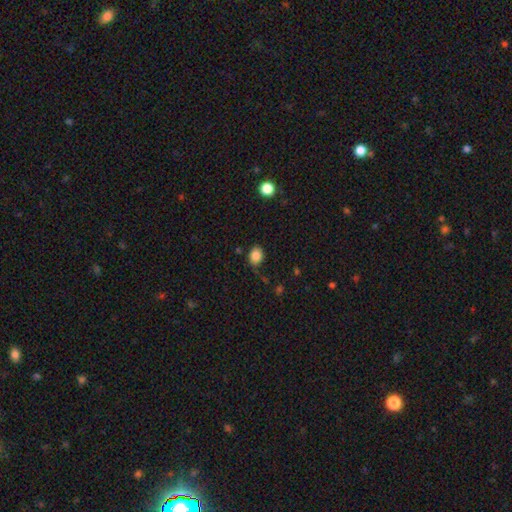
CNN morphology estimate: Smooth or featured: smooth — 85% (star or artifact — 10%)
How rounded: in between — 57% (round — 42%)
Merging: none — 74% (minor disturbance — 20%)